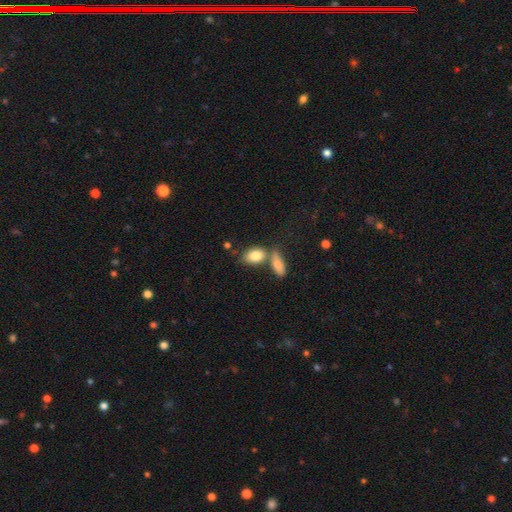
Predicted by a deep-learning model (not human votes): Q: Smooth or featured?
A: smooth (82%); runner-up: featured or disk (11%)
Q: How rounded?
A: in between (84%); runner-up: round (12%)
Q: Merging?
A: none (44%); runner-up: merger (39%)